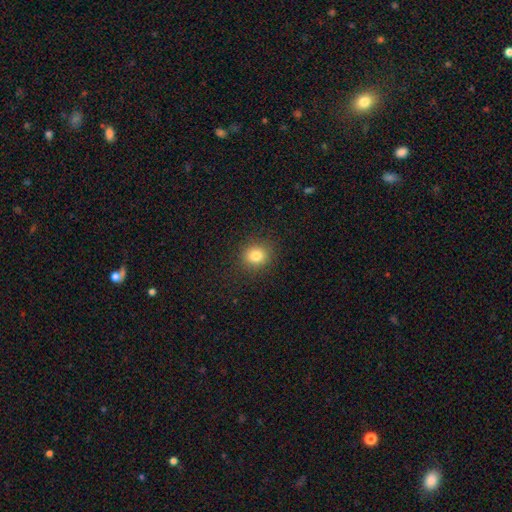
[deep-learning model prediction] A smooth galaxy with no disk features (81%) that is round (82%).

Vote fractions:
- Smooth or featured? smooth: 81% / star or artifact: 12% / featured or disk: 7%
- How rounded? round: 82% / in between: 17% / cigar-shaped: 1%
- Merging? none: 89% / minor disturbance: 7% / major disturbance: 3% / merger: 1%